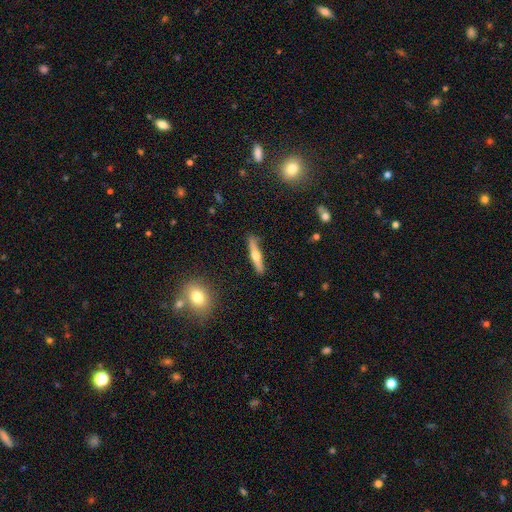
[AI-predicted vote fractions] Q: Smooth or featured?
A: featured or disk (53%); runner-up: smooth (41%)
Q: Edge-on disk?
A: yes (94%); runner-up: no (6%)
Q: Merging?
A: none (89%); runner-up: minor disturbance (8%)